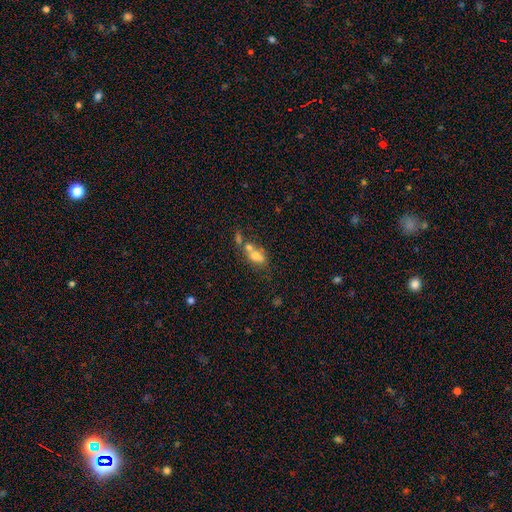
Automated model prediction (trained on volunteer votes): Smooth or featured? Predicted: smooth (p=0.63). How rounded? Predicted: in between (p=0.71). Merging? Predicted: merger (p=0.54).